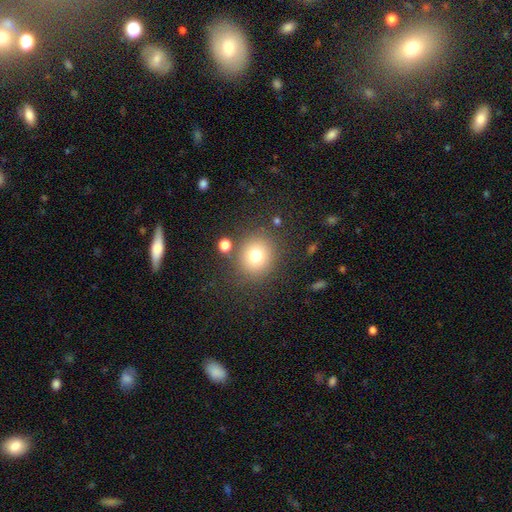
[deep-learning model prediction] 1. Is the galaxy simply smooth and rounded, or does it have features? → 75% smooth, 14% star or artifact, 11% featured or disk.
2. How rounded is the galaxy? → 81% round, 18% in between, 1% cigar-shaped.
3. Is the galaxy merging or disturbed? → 81% none, 9% minor disturbance, 5% merger, 5% major disturbance.